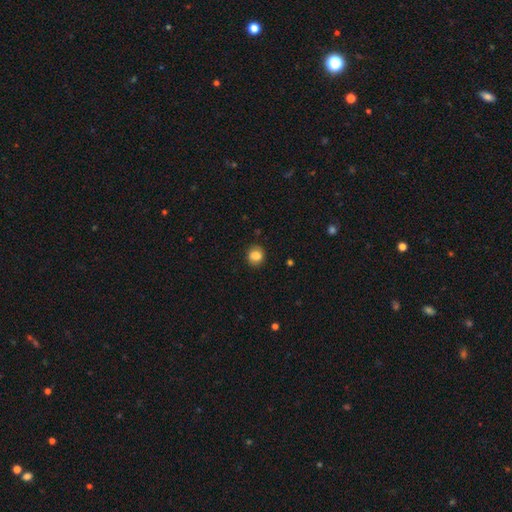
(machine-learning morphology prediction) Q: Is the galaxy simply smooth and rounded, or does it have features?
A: smooth — 83%.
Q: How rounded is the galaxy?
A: round — 76%.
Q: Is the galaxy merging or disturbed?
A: none — 85%.